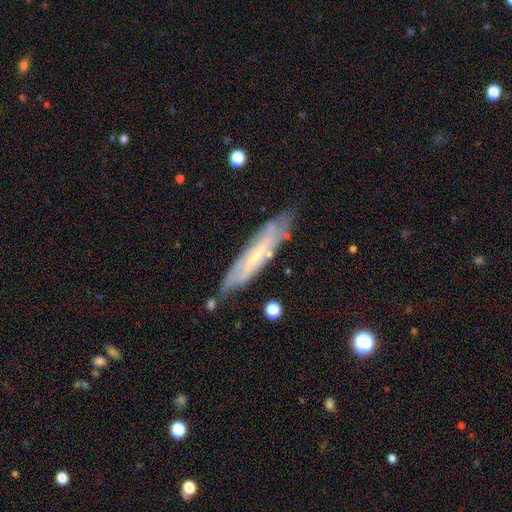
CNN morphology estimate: This appears to be a featured or disk galaxy (68%). Merging: none (72%).